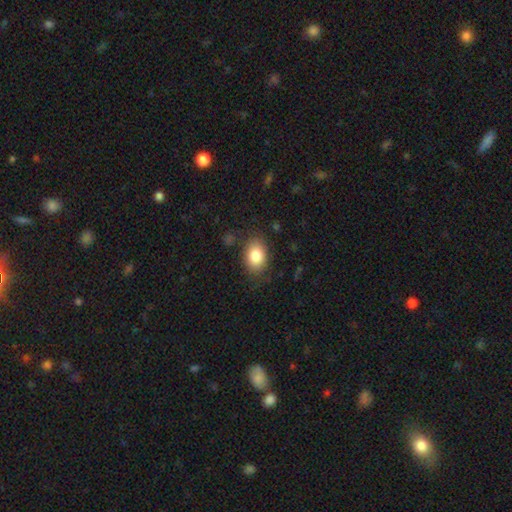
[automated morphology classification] Overall: smooth (83%). How rounded: in between (82%). Merging: none (81%).